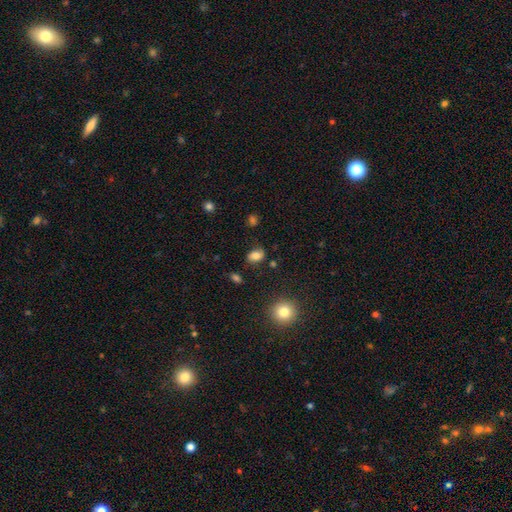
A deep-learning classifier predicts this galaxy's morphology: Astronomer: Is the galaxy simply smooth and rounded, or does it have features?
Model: smooth — 77%.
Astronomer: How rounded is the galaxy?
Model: in between — 78%.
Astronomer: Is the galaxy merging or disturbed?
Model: none — 77%.